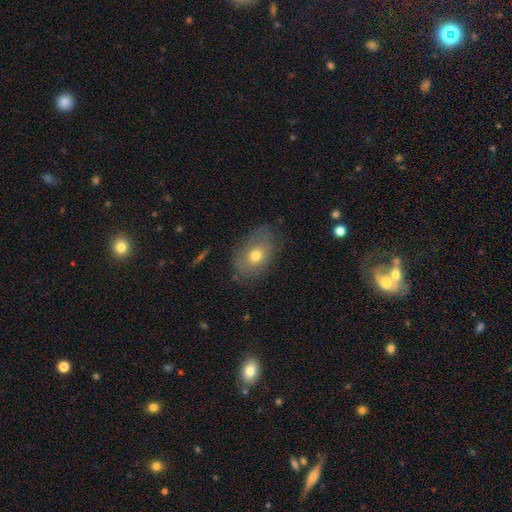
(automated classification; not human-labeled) Morphology: type=smooth (67%); roundness=in between (80%); merging=none (72%).